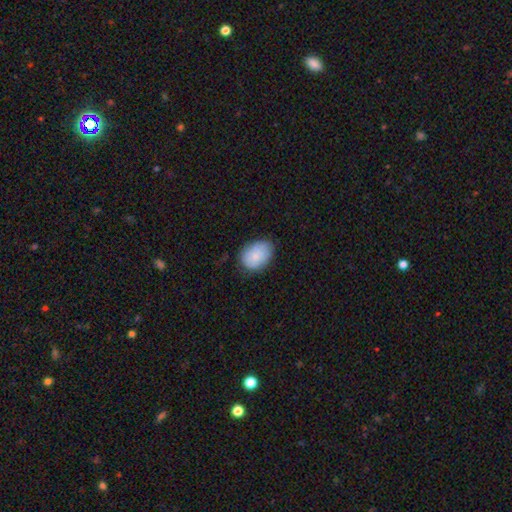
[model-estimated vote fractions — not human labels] Morphology: type=smooth (84%); roundness=in between (77%); merging=none (72%).